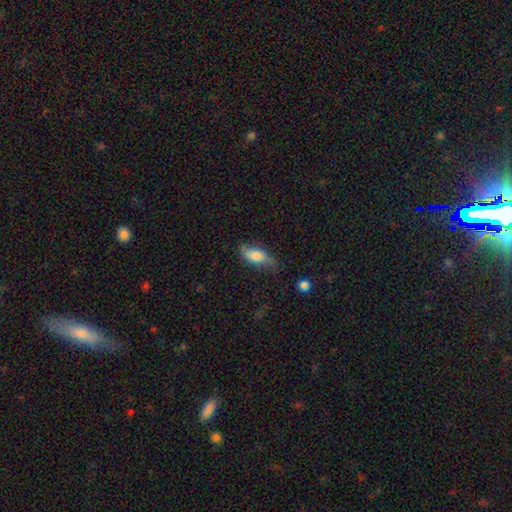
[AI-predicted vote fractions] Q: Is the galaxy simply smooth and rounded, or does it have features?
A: smooth — 70%.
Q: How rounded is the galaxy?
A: in between — 82%.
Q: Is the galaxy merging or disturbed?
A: none — 60%.